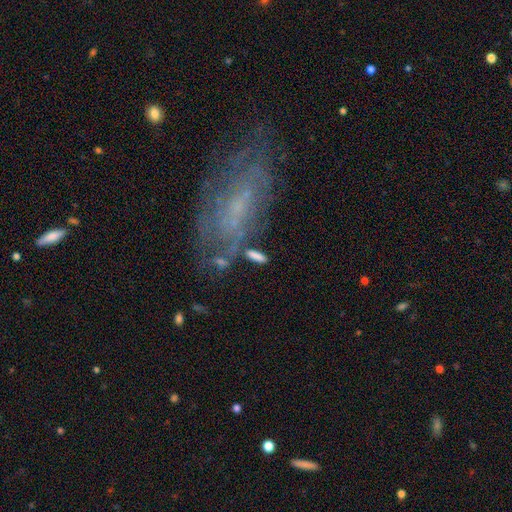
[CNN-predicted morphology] This is likely a smooth galaxy (79%). How rounded: possibly in between (53%). Merging: likely none (69%).